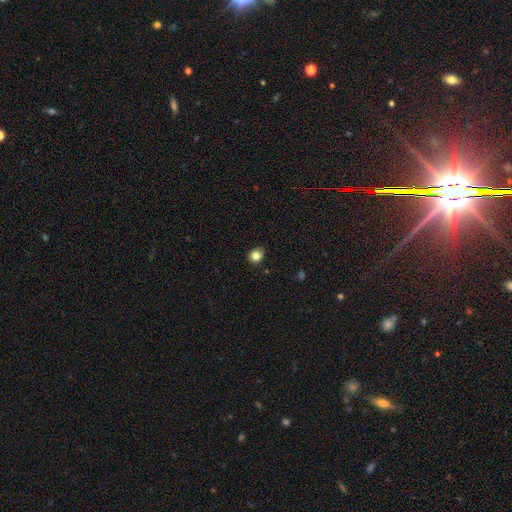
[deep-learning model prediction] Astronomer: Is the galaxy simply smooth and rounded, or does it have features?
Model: smooth — 83%.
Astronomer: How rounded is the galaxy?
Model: round — 69%.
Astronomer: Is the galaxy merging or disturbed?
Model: none — 82%.